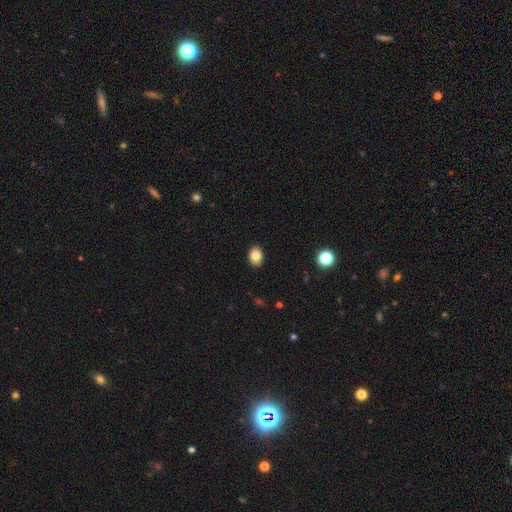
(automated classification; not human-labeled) Q: Smooth or featured?
A: smooth (83%); runner-up: star or artifact (9%)
Q: How rounded?
A: in between (71%); runner-up: round (28%)
Q: Merging?
A: none (90%); runner-up: minor disturbance (7%)